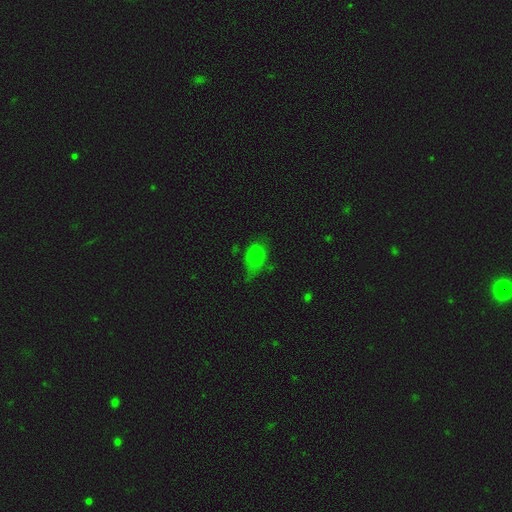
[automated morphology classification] Smooth or featured?
  - smooth: 65% *
  - featured or disk: 21%
  - star or artifact: 14%
How rounded?
  - in between: 83% *
  - round: 15%
  - cigar-shaped: 2%
Merging?
  - minor disturbance: 37% *
  - none: 36%
  - major disturbance: 24%
  - merger: 4%